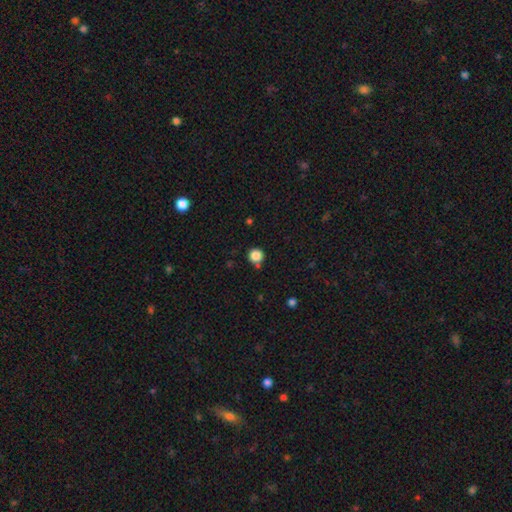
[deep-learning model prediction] Smooth or featured: smooth — 86% (star or artifact — 11%)
How rounded: round — 94% (in between — 5%)
Merging: none — 78% (minor disturbance — 11%)